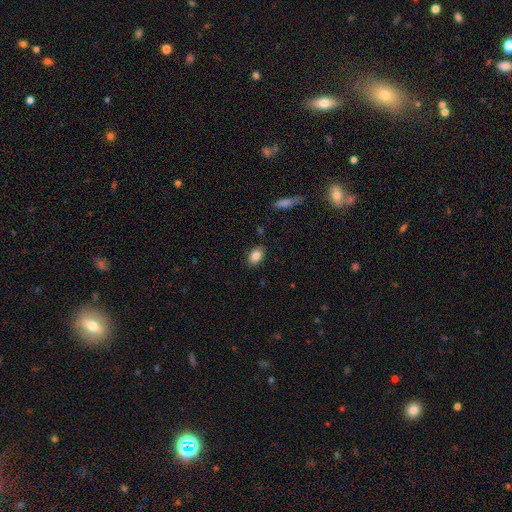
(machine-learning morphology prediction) Q: Smooth or featured?
A: smooth (85%); runner-up: star or artifact (8%)
Q: How rounded?
A: in between (86%); runner-up: round (12%)
Q: Merging?
A: none (86%); runner-up: minor disturbance (10%)